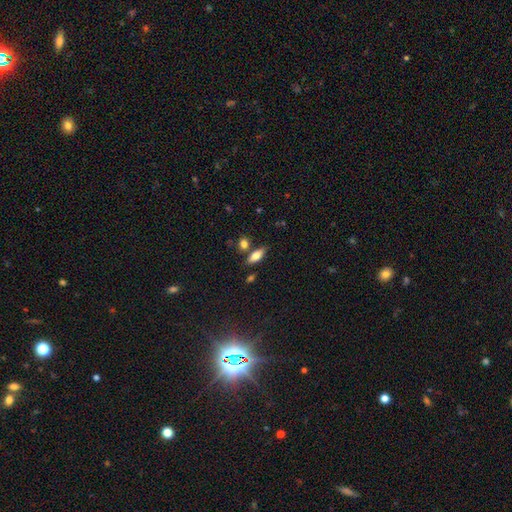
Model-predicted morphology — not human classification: Smooth or featured? Predicted: smooth (p=0.67). How rounded? Predicted: in between (p=0.71). Merging? Predicted: none (p=0.75).